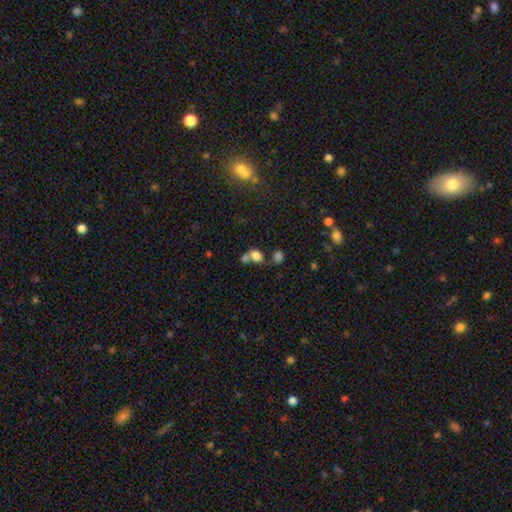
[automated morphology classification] Smooth or featured: smooth — 74% (star or artifact — 14%)
How rounded: in between — 61% (round — 38%)
Merging: merger — 49% (none — 33%)